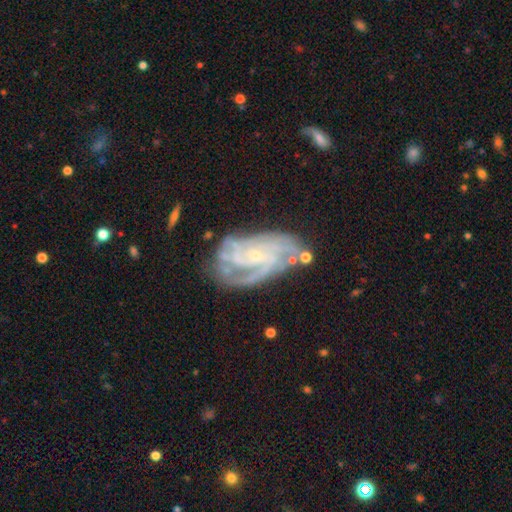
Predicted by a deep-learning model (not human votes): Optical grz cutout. It shows a featured or disk galaxy (87%) with no bar (65%), 3 (28%) tight (60%) spiral arms (96%) and a small central bulge (82%). Merging: none (62%).